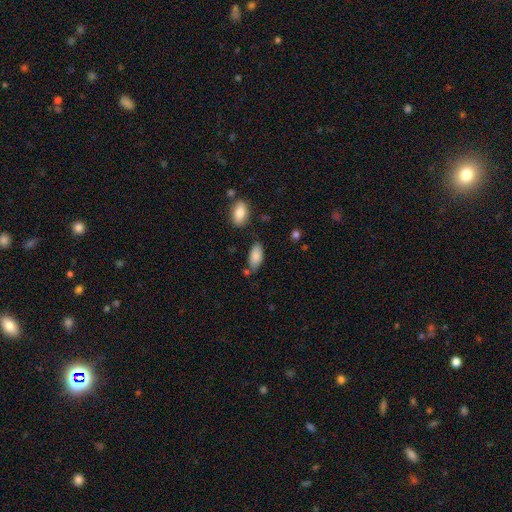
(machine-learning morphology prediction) This is clearly a smooth galaxy (85%). How rounded: clearly in between (92%). Merging: likely none (66%).